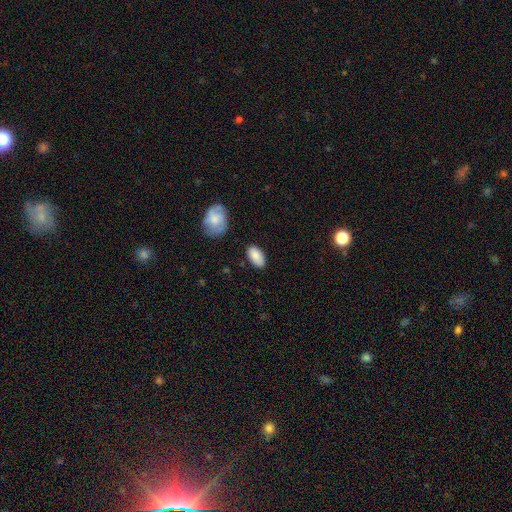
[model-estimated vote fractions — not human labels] Smooth or featured? smooth (87%)
How rounded? in between (94%)
Merging? none (81%)